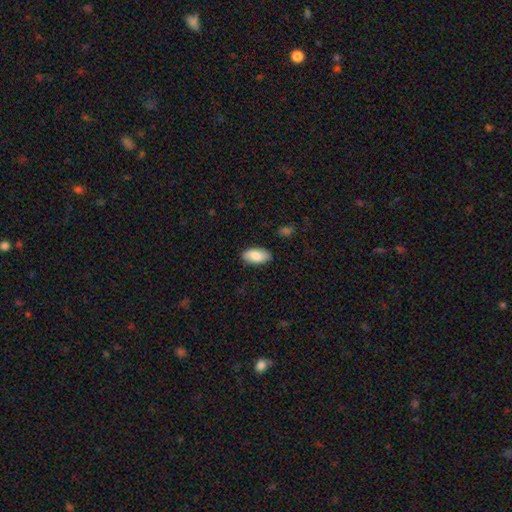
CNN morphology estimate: A smooth galaxy with no disk features (81%) that is in between round and cigar-shaped (93%).

Vote fractions:
- Smooth or featured? smooth: 81% / featured or disk: 13% / star or artifact: 6%
- How rounded? in between: 93% / cigar-shaped: 4% / round: 3%
- Merging? none: 85% / minor disturbance: 11% / major disturbance: 2% / merger: 1%